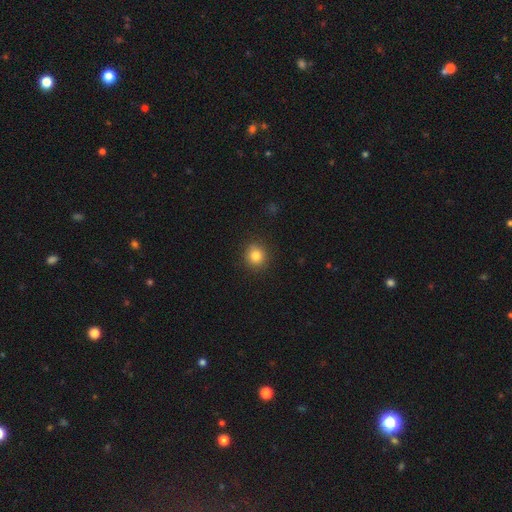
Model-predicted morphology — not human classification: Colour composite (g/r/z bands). It shows a smooth galaxy with no disk features (83%) that is round (89%). Merging: none (90%).